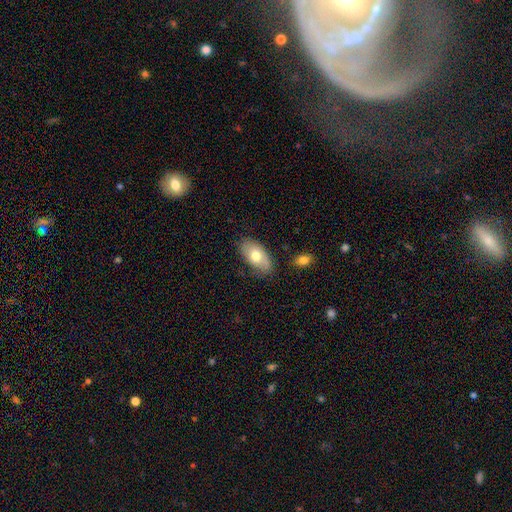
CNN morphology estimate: Smooth or featured?
  - smooth: 71% *
  - featured or disk: 23%
  - star or artifact: 6%
How rounded?
  - in between: 94% *
  - round: 4%
  - cigar-shaped: 2%
Merging?
  - none: 76% *
  - minor disturbance: 17%
  - major disturbance: 4%
  - merger: 3%